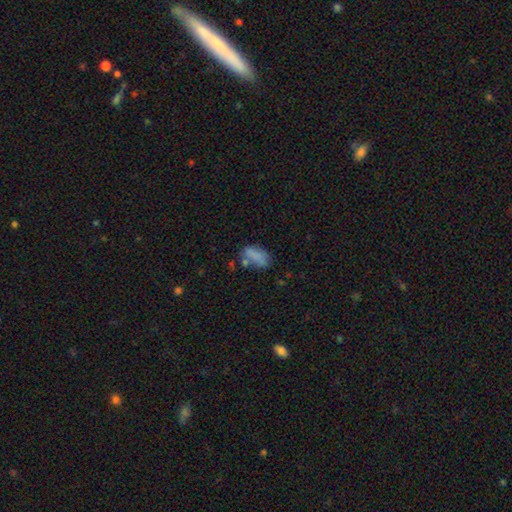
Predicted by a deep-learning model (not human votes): This is likely a smooth galaxy (75%). How rounded: clearly in between (86%). Merging: possibly none (48%).